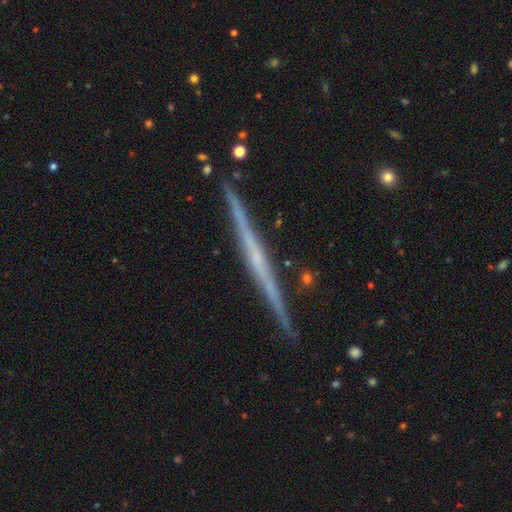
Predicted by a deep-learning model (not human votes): Q: Smooth or featured?
A: featured or disk (75%); runner-up: smooth (19%)
Q: Edge-on disk?
A: yes (98%); runner-up: no (2%)
Q: Edge-on bulge?
A: none (76%); runner-up: rounded (16%)
Q: Merging?
A: none (91%); runner-up: minor disturbance (7%)